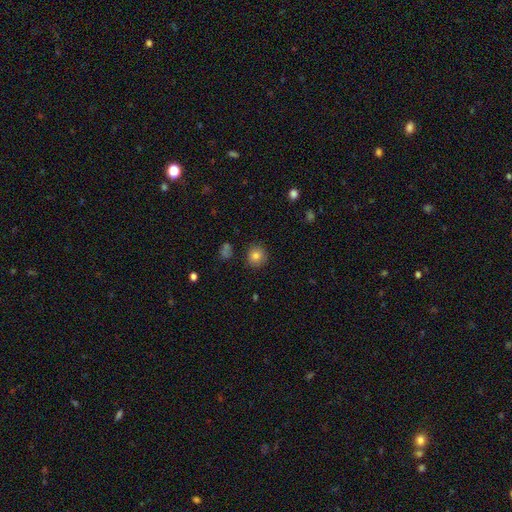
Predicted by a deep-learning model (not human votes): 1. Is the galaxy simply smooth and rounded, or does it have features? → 82% smooth, 11% star or artifact, 7% featured or disk.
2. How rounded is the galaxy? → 89% round, 10% in between, 1% cigar-shaped.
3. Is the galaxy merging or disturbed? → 87% none, 9% minor disturbance, 2% major disturbance, 2% merger.